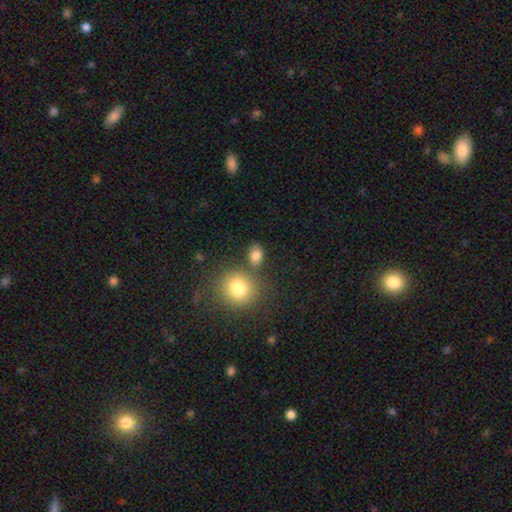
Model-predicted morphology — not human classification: This appears to be a smooth galaxy with no disk features (82%) that is in between round and cigar-shaped (61%). Merging: none (71%).